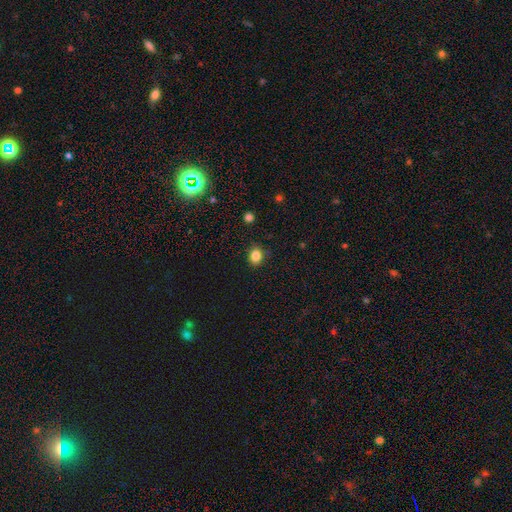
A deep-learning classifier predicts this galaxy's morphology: A smooth galaxy with no disk features (83%) that is round (52%). Merging: none (82%).